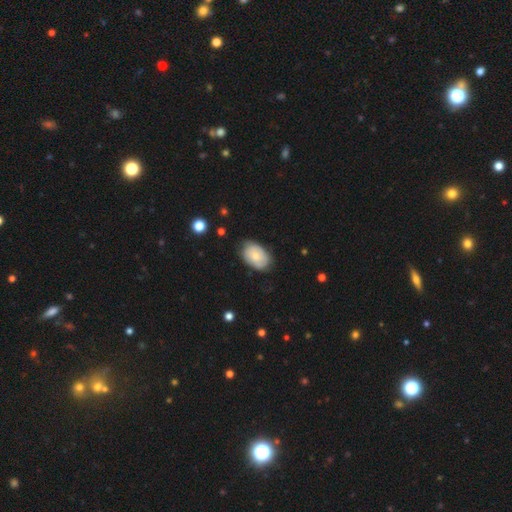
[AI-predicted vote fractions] Smooth or featured? smooth (60%)
How rounded? in between (87%)
Merging? none (73%)